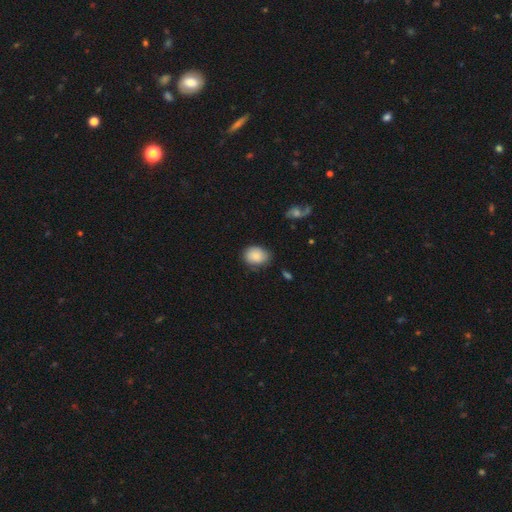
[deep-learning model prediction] smooth-or-featured: smooth: 85% | star or artifact: 7% | featured or disk: 7%
  how-rounded: in between: 62% | round: 37% | cigar-shaped: 1%
  merging: none: 72% | minor disturbance: 23% | major disturbance: 4% | merger: 2%